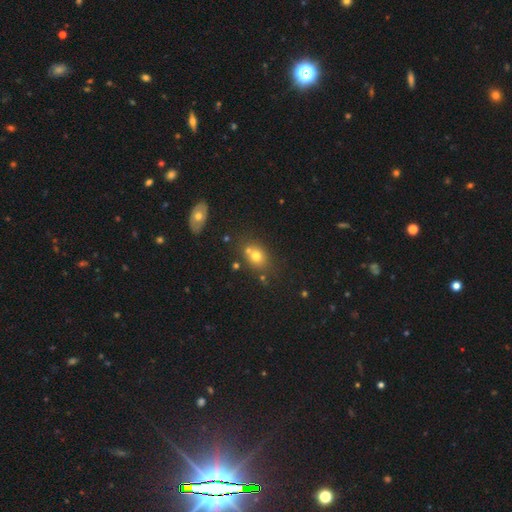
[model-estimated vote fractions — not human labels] This is likely a smooth galaxy (70%). How rounded: possibly round (50%). Merging: possibly none (58%).